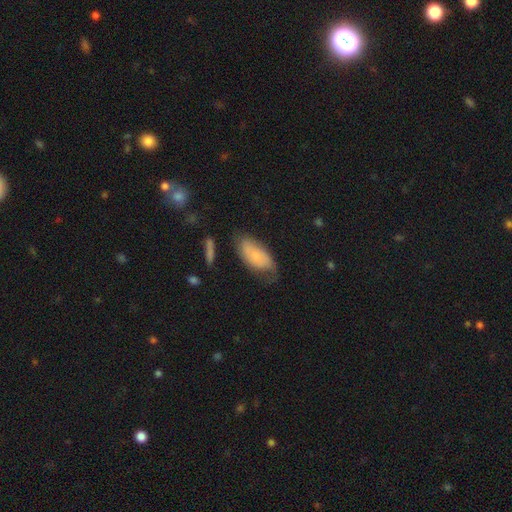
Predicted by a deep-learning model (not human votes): smooth-or-featured: smooth: 65% | featured or disk: 28% | star or artifact: 7%
  how-rounded: in between: 90% | cigar-shaped: 7% | round: 3%
  merging: none: 51% | minor disturbance: 33% | major disturbance: 13% | merger: 3%